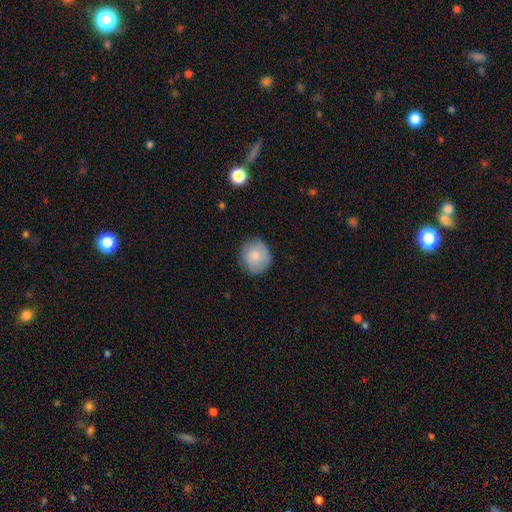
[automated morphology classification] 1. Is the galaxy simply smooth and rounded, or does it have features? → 80% smooth, 13% featured or disk, 7% star or artifact.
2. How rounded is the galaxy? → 86% round, 13% in between, 1% cigar-shaped.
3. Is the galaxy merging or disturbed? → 82% none, 14% minor disturbance, 3% major disturbance, 1% merger.